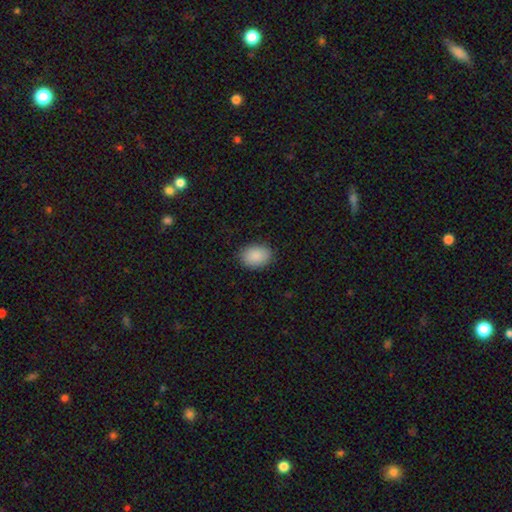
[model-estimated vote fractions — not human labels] smooth-or-featured: smooth: 90% | star or artifact: 7% | featured or disk: 3%
  how-rounded: in between: 78% | round: 21% | cigar-shaped: 1%
  merging: none: 87% | minor disturbance: 10% | major disturbance: 2% | merger: 1%